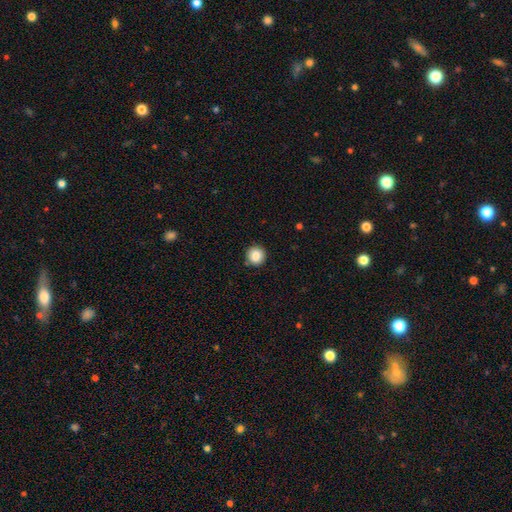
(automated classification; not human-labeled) smooth 87%, star or artifact 9%, featured or disk 4%. Down the decision tree: how rounded — round (95%); merging — none (90%).